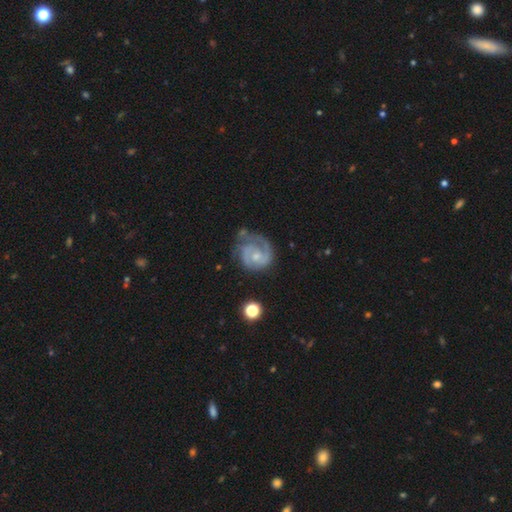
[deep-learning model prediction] The model was most divided on "spiral winding": tight: 52%, medium: 38%, loose: 10%. More confident: edge-on disk — no (98%); spiral arms — yes (95%); smooth or featured — featured or disk (84%); bar — no (64%); spiral arm count — 2 (61%); bulge size — small (59%); merging — none (56%).